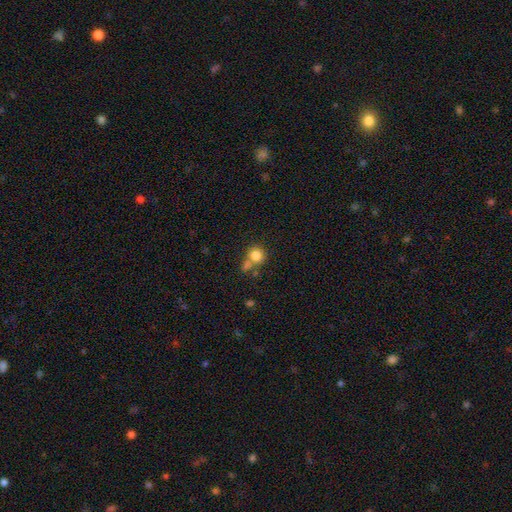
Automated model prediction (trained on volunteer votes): Overall: smooth (81%). How rounded: round (88%). Merging: none (53%; merger 28%).